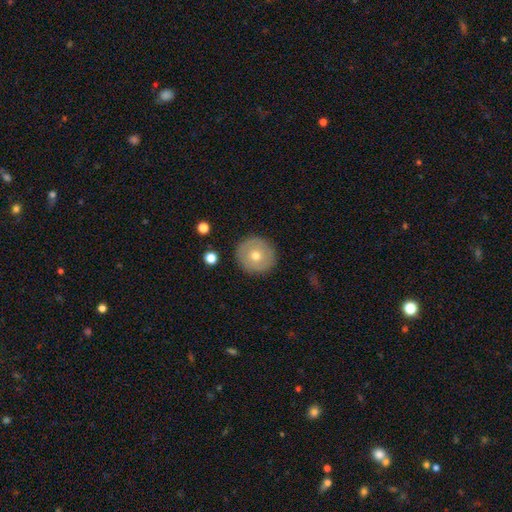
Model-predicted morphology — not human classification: Smooth or featured? Predicted: smooth (p=0.60). How rounded? Predicted: round (p=0.94). Merging? Predicted: none (p=0.90).